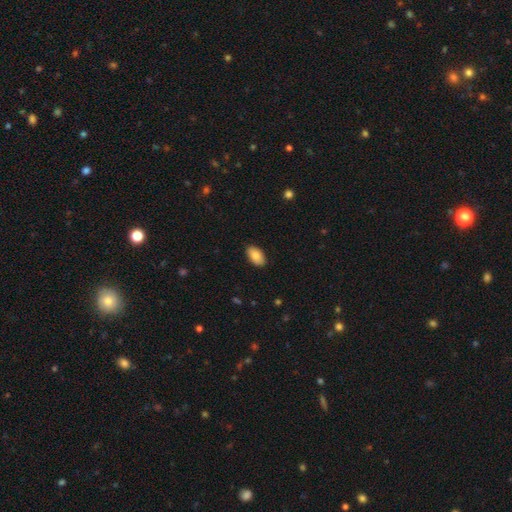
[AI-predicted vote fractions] Smooth or featured? smooth (86%)
How rounded? in between (94%)
Merging? none (88%)